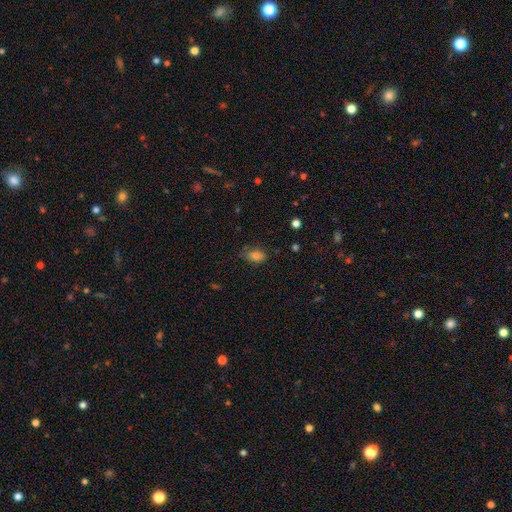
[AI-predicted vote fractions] smooth 80%, star or artifact 12%, featured or disk 7%. Down the decision tree: how rounded — in between (84%); merging — none (69%).